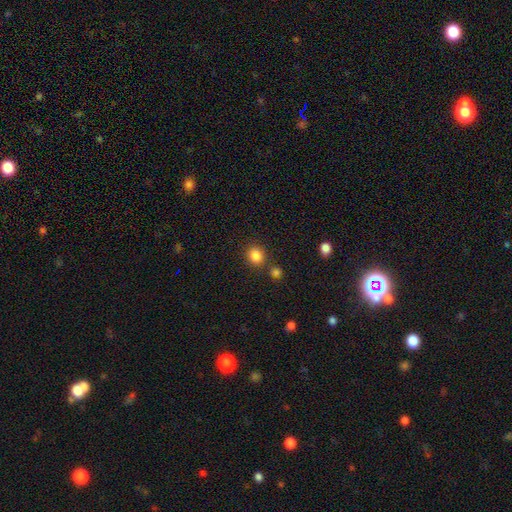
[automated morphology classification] The model was most divided on "how rounded": round: 82%, in between: 17%, cigar-shaped: 1%. More confident: smooth or featured — smooth (85%); merging — none (81%).